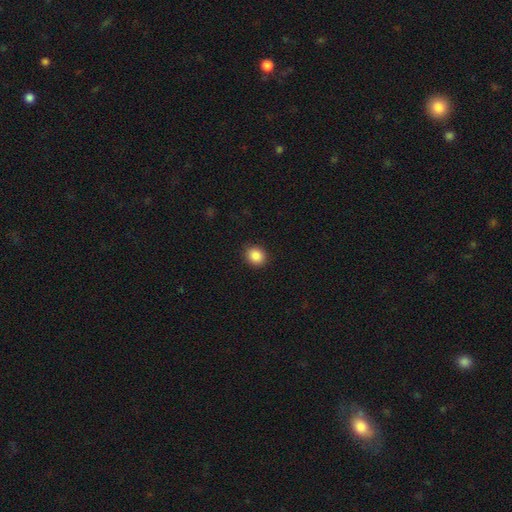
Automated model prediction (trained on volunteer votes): The model was most divided on "how rounded": round: 70%, in between: 29%, cigar-shaped: 1%. More confident: merging — none (90%); smooth or featured — smooth (88%).